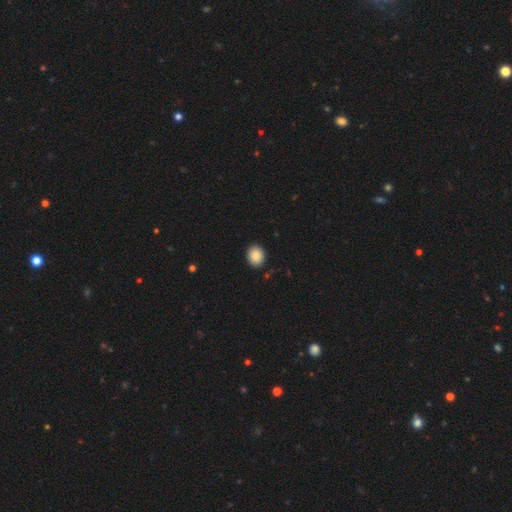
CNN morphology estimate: This appears to be a smooth galaxy with no disk features (89%) that is round (50%). Merging: none (91%).